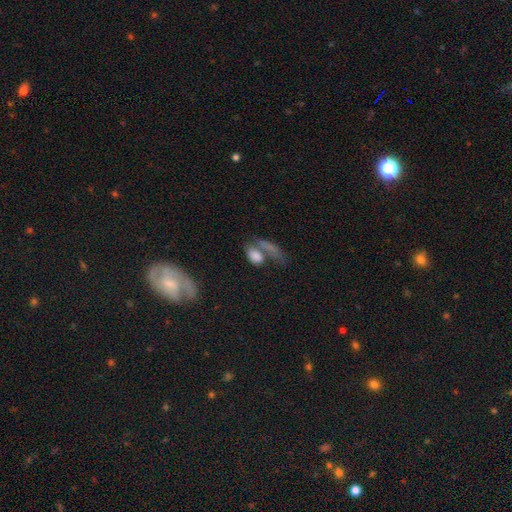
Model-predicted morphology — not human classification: This appears to be a smooth galaxy with no disk features (77%) that is in between round and cigar-shaped (82%). Merging: merger (44%).